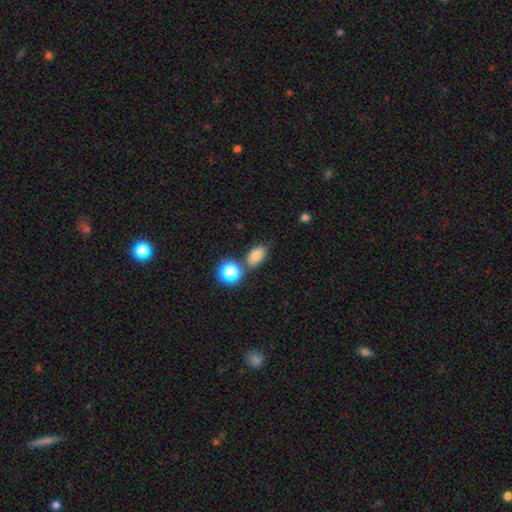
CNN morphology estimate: This appears to be a smooth galaxy with no disk features (77%) that is in between round and cigar-shaped (83%). Merging: none (69%).